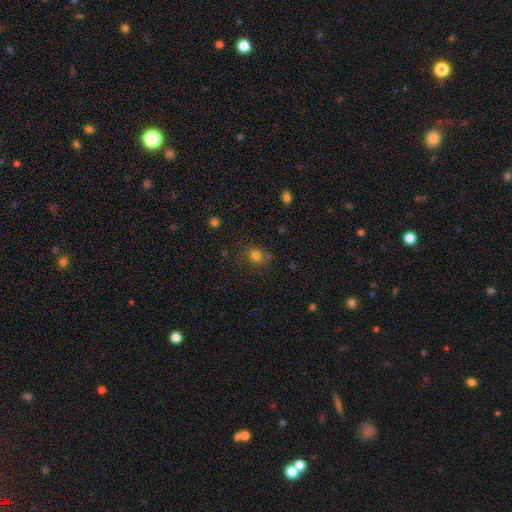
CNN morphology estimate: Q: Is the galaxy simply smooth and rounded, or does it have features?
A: smooth — 78%.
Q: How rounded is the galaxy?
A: round — 77%.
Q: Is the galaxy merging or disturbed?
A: none — 72%.